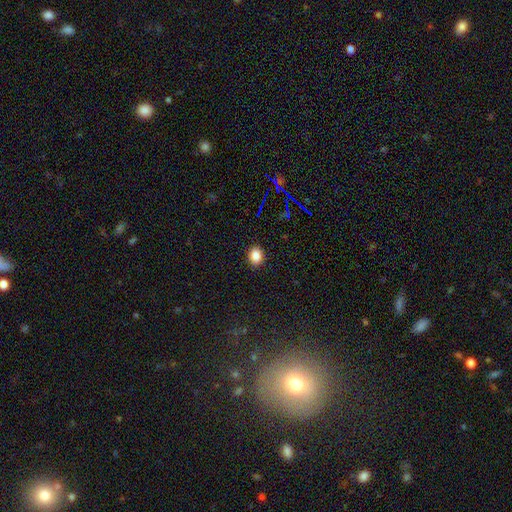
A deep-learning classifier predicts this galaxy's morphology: Smooth or featured: smooth — 84% (star or artifact — 11%)
How rounded: round — 52% (in between — 47%)
Merging: none — 89% (minor disturbance — 8%)